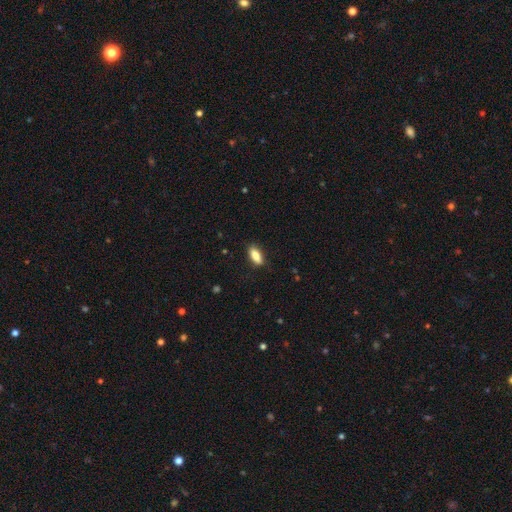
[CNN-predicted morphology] Smooth or featured? Predicted: smooth (p=0.83). How rounded? Predicted: in between (p=0.78). Merging? Predicted: none (p=0.85).